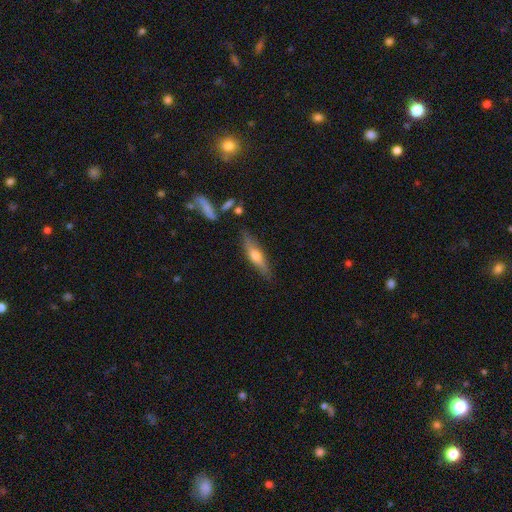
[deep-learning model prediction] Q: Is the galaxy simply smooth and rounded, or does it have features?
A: smooth — 48%.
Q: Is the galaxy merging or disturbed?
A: none — 81%.